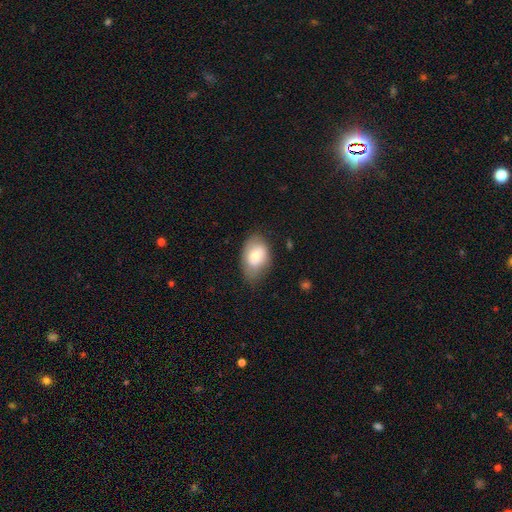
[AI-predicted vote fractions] Smooth or featured? Predicted: smooth (p=0.73). How rounded? Predicted: in between (p=0.85). Merging? Predicted: none (p=0.62).